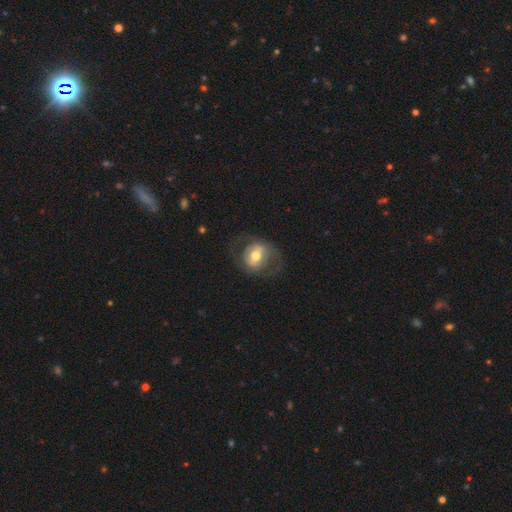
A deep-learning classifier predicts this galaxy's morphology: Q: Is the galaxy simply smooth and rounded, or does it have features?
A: featured or disk — 56%.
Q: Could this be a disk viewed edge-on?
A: no — 95%.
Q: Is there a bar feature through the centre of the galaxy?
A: no — 37%, tied with weak.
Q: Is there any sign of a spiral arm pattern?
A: yes — 53%.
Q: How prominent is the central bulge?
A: moderate — 71%.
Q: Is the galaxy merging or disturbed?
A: none — 66%.